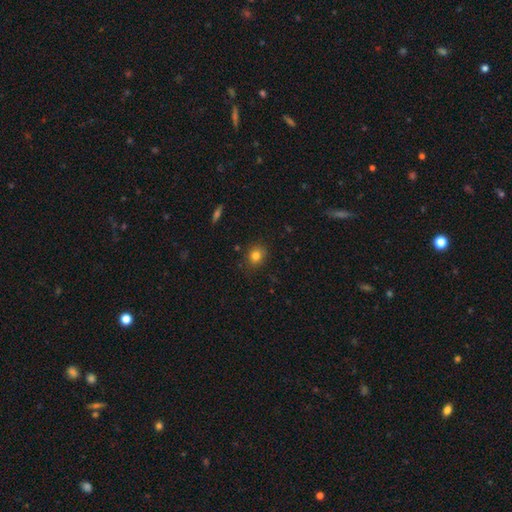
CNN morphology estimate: Q: Smooth or featured?
A: smooth (81%); runner-up: star or artifact (12%)
Q: How rounded?
A: round (74%); runner-up: in between (25%)
Q: Merging?
A: none (85%); runner-up: minor disturbance (11%)